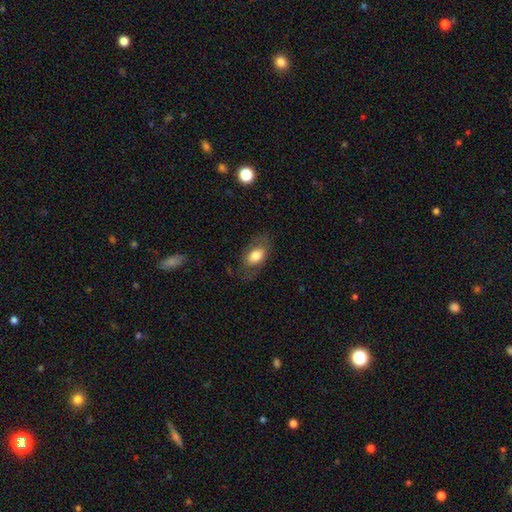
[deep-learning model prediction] This appears to be a smooth galaxy with no disk features (71%) that is in between round and cigar-shaped (89%). Merging: none (71%).